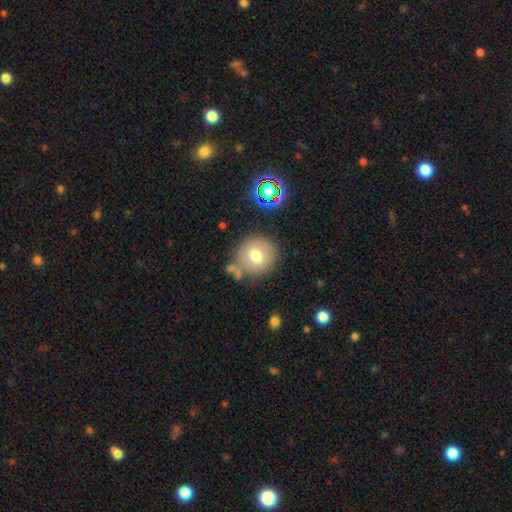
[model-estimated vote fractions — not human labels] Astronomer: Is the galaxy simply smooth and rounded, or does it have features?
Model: smooth — 72%.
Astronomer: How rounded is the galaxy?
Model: round — 93%.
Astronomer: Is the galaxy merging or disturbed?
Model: none — 74%.